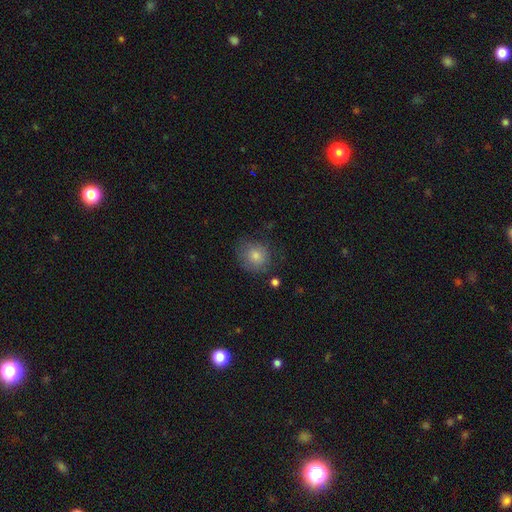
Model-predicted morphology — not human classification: Smooth or featured? smooth (73%)
How rounded? round (84%)
Merging? none (73%)